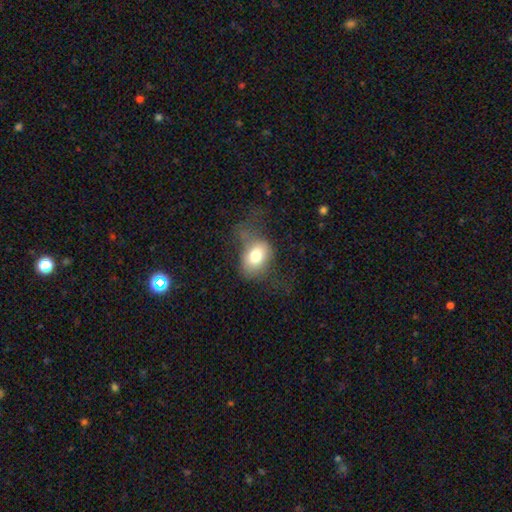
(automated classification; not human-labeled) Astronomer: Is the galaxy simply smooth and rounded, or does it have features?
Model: smooth — 73%.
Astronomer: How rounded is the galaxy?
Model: in between — 67%.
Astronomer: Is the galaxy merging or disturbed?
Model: major disturbance — 35%, tied with none at 35%.